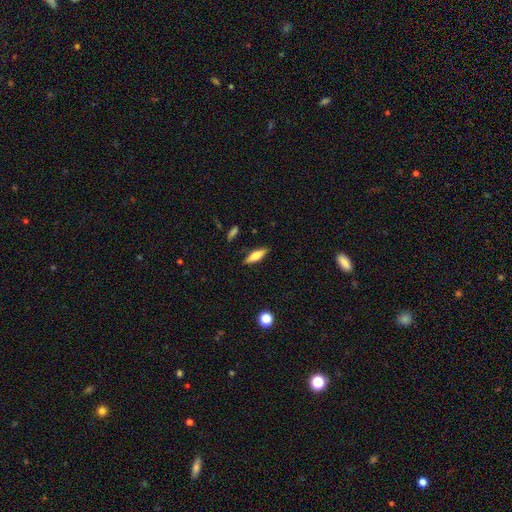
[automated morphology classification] This appears to be a smooth galaxy with no disk features (61%) that is cigar-shaped (53%). Merging: none (86%).